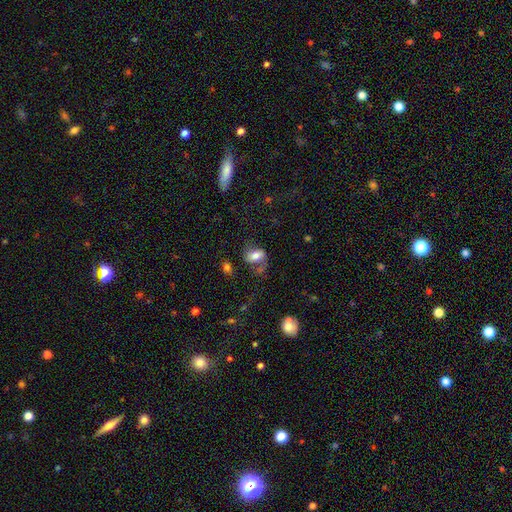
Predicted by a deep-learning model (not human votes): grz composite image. It shows a smooth galaxy with no disk features (53%) that is in between round and cigar-shaped (79%). Merging: none (51%).